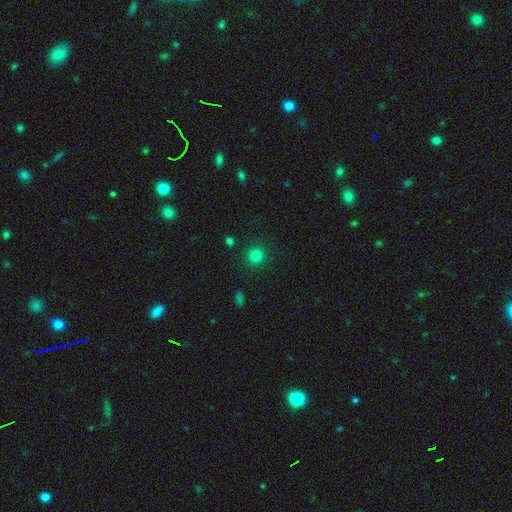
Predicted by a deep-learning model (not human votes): Smooth or featured?
  - smooth: 81% *
  - star or artifact: 14%
  - featured or disk: 5%
How rounded?
  - round: 93% *
  - in between: 6%
  - cigar-shaped: 1%
Merging?
  - none: 89% *
  - minor disturbance: 7%
  - major disturbance: 3%
  - merger: 2%